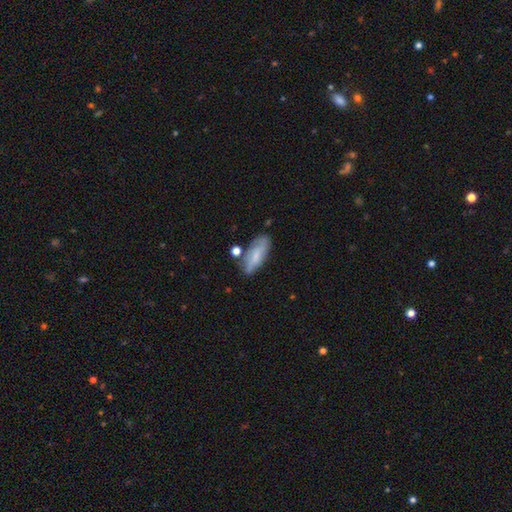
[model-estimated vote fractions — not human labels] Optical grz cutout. It shows a smooth galaxy with no disk features (65%) that is in between round and cigar-shaped (73%). Merging: none (60%).